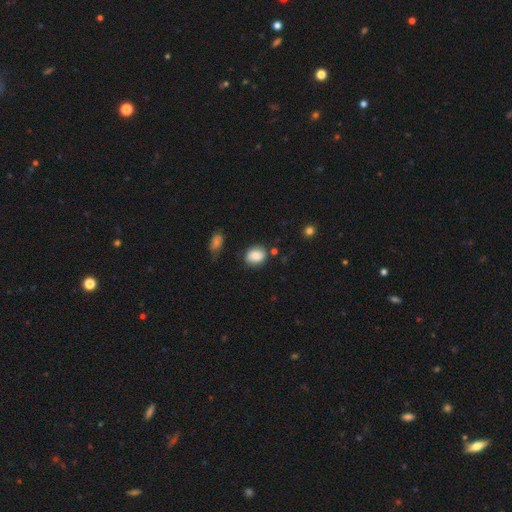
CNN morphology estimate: Smooth or featured? Predicted: smooth (p=0.83). How rounded? Predicted: in between (p=0.60). Merging? Predicted: none (p=0.68).